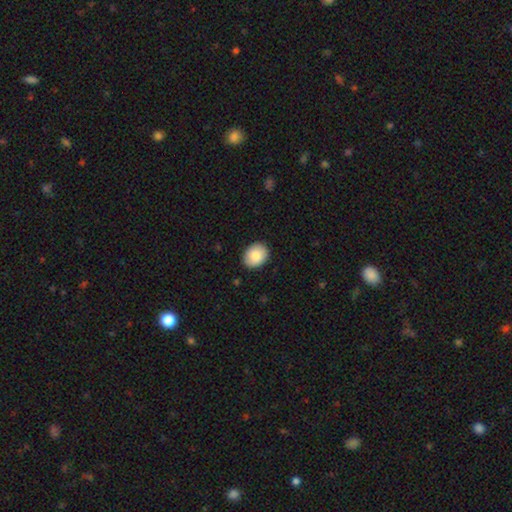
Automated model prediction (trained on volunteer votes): Overall: smooth (86%). How rounded: in between (57%; round 43%). Merging: none (88%).